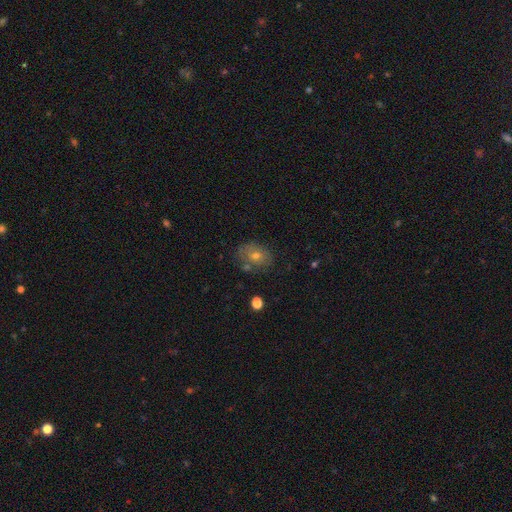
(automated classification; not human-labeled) Smooth or featured?
  - smooth: 60% *
  - featured or disk: 24%
  - star or artifact: 16%
How rounded?
  - in between: 59% *
  - round: 40%
  - cigar-shaped: 1%
Merging?
  - none: 71% *
  - minor disturbance: 18%
  - merger: 6%
  - major disturbance: 5%